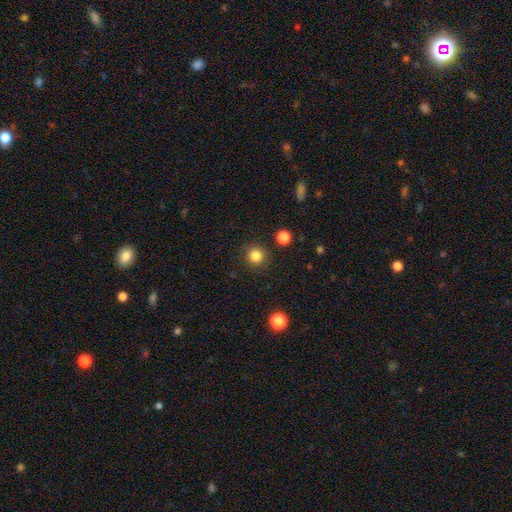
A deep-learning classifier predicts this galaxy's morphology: A smooth galaxy with no disk features (84%) that is round (94%).

Vote fractions:
- Smooth or featured? smooth: 84% / star or artifact: 12% / featured or disk: 4%
- How rounded? round: 94% / in between: 5% / cigar-shaped: 1%
- Merging? none: 90% / minor disturbance: 6% / major disturbance: 2% / merger: 2%